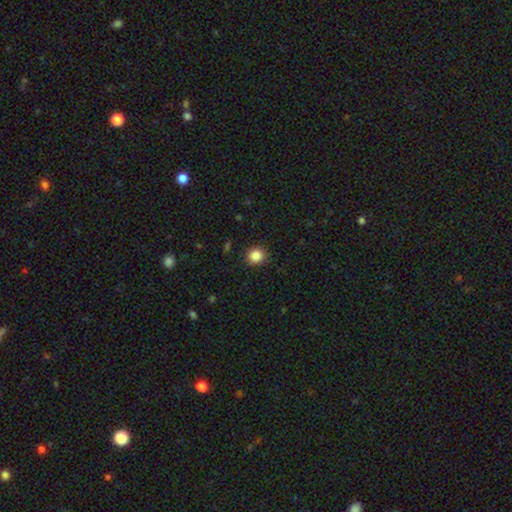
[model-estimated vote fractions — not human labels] smooth 86%, star or artifact 10%, featured or disk 3%. Down the decision tree: how rounded — round (86%); merging — none (90%).